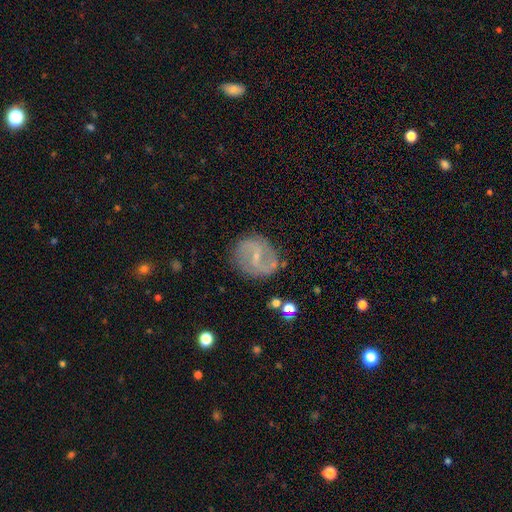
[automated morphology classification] smooth_or_featured: featured or disk (p=0.72) [alt: smooth p=0.21]
disk_edge_on: no (p=0.97) [alt: yes p=0.03]
bar: weak (p=0.52) [alt: strong p=0.27]
has_spiral_arms: yes (p=0.84) [alt: no p=0.16]
spiral_winding: medium (p=0.45) [alt: loose p=0.36]
spiral_arm_count: 2 (p=0.84) [alt: can't tell p=0.09]
bulge_size: small (p=0.73) [alt: moderate p=0.15]
merging: none (p=0.77) [alt: minor disturbance p=0.16]